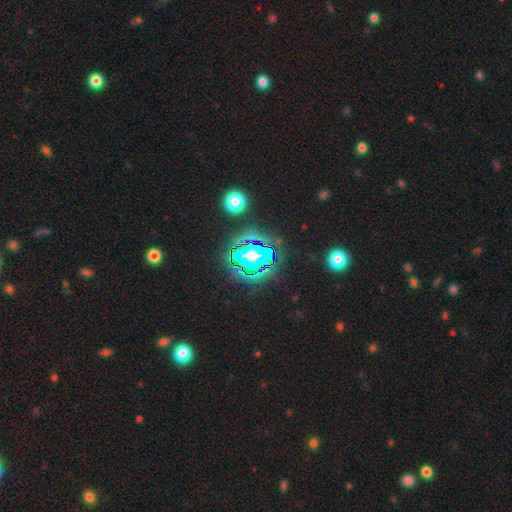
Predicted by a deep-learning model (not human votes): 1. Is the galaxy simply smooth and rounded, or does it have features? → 81% star or artifact, 12% smooth, 7% featured or disk.